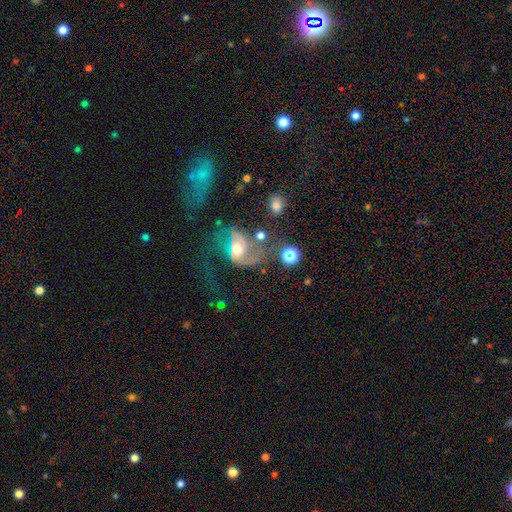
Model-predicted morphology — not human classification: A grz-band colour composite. It shows a featured or disk galaxy (69%) with no bar (60%), 2 (62%) loose (56%) spiral arms (81%) and a moderate central bulge (63%). Merging: major disturbance (43%).